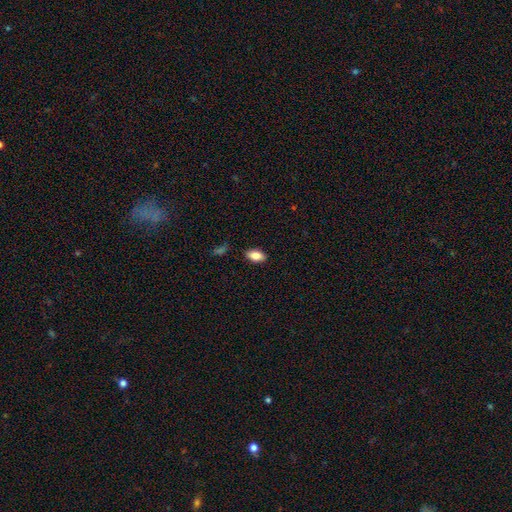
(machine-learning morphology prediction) This appears to be a smooth galaxy with no disk features (86%) that is in between round and cigar-shaped (92%). Merging: none (87%).